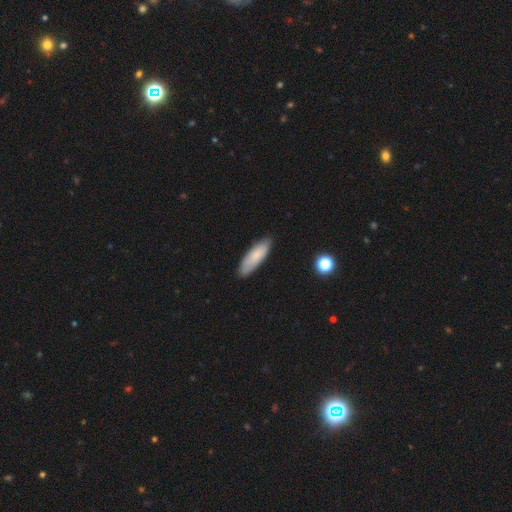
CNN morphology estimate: The model was most divided on "how rounded": in between: 50%, cigar-shaped: 48%, round: 2%. More confident: merging — none (83%); smooth or featured — smooth (82%).